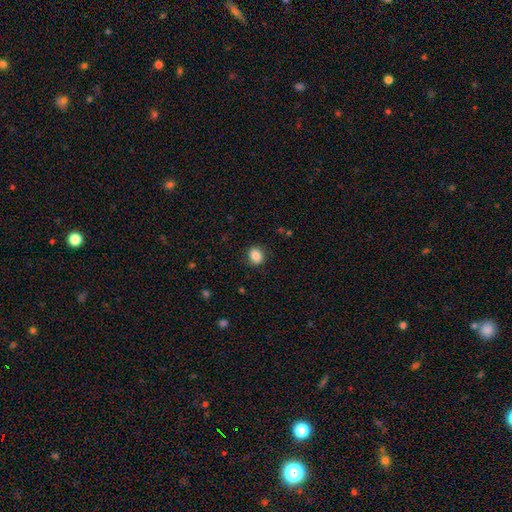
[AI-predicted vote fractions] Morphology: type=smooth (86%); roundness=round (65%); merging=none (86%).